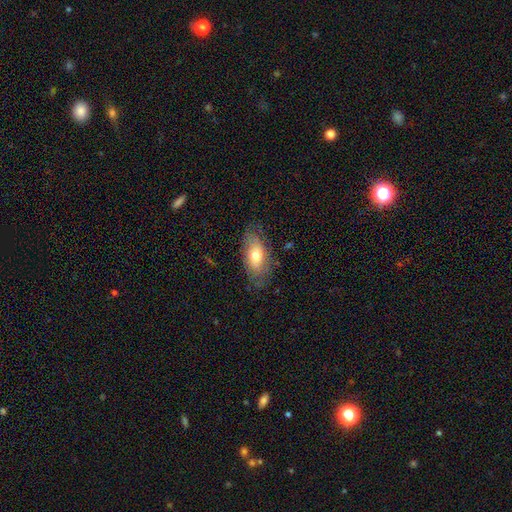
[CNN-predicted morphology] Q: Smooth or featured?
A: smooth (68%); runner-up: featured or disk (25%)
Q: How rounded?
A: in between (89%); runner-up: cigar-shaped (6%)
Q: Merging?
A: none (74%); runner-up: minor disturbance (19%)